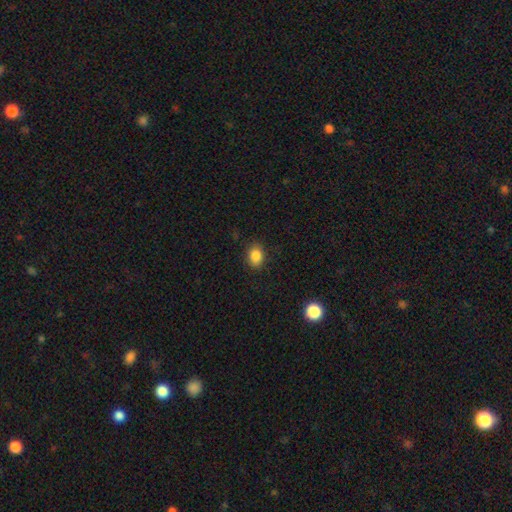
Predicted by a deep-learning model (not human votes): smooth 86%, star or artifact 10%, featured or disk 5%. Down the decision tree: how rounded — in between (69%); merging — none (85%).